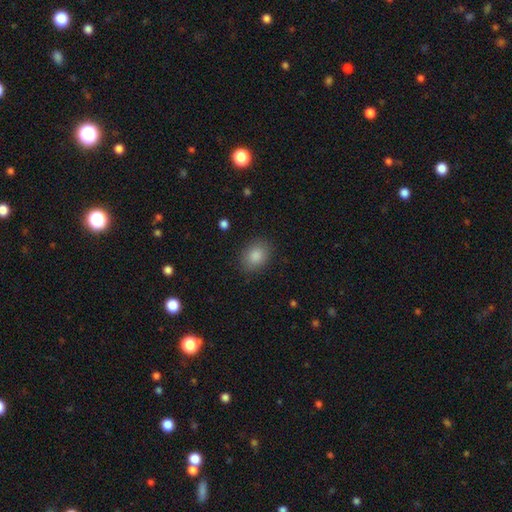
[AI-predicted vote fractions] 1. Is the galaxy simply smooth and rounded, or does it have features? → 87% smooth, 8% star or artifact, 6% featured or disk.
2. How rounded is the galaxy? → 66% in between, 33% round, 1% cigar-shaped.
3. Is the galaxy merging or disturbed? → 85% none, 11% minor disturbance, 3% major disturbance, 1% merger.